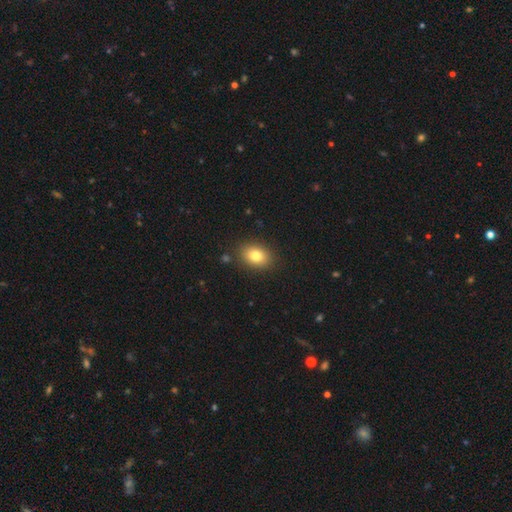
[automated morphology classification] Smooth or featured?
  - smooth: 81% *
  - star or artifact: 10%
  - featured or disk: 9%
How rounded?
  - in between: 72% *
  - round: 26%
  - cigar-shaped: 1%
Merging?
  - none: 86% *
  - minor disturbance: 9%
  - major disturbance: 3%
  - merger: 2%